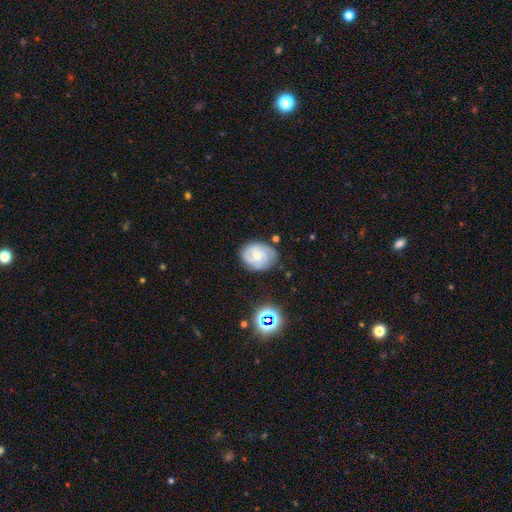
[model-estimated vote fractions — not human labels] The model was most divided on "spiral arm count": can't tell: 32%, 3: 29%, 2: 21%, 4: 10%, 1: 4%, more than 4: 4%. Remaining: edge-on disk — no (97%); spiral arms — yes (89%); merging — none (70%); smooth or featured — featured or disk (62%); bar — no (62%); spiral winding — tight (54%); bulge size — small (48%).